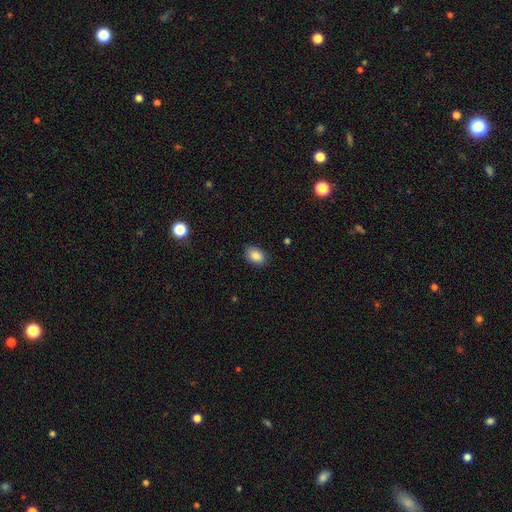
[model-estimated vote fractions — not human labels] This is clearly a smooth galaxy (86%). How rounded: clearly in between (87%). Merging: clearly none (88%).